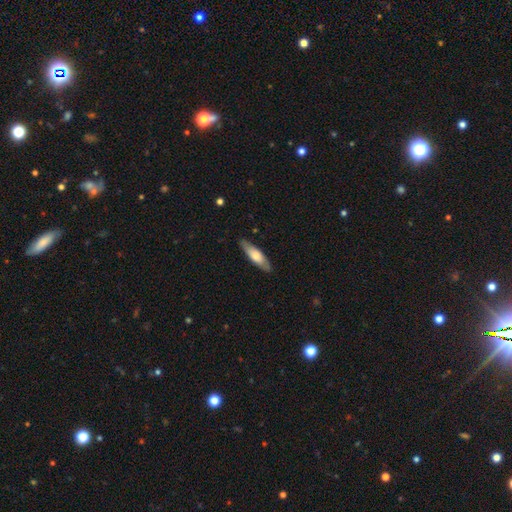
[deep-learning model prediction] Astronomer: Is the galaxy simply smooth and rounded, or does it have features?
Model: smooth — 63%.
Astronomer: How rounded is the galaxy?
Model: cigar-shaped — 59% (runner-up: in between, 39%).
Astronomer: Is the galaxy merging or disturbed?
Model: none — 86%.